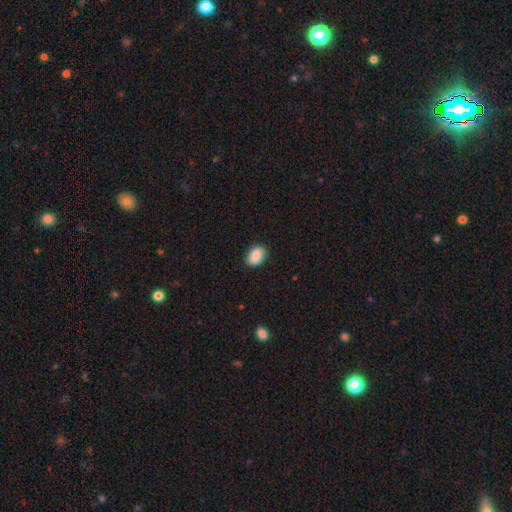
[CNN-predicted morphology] A smooth galaxy with no disk features (84%) that is in between round and cigar-shaped (80%).

Vote fractions:
- Smooth or featured? smooth: 84% / featured or disk: 8% / star or artifact: 8%
- How rounded? in between: 80% / round: 19% / cigar-shaped: 1%
- Merging? none: 83% / minor disturbance: 13% / major disturbance: 3% / merger: 1%